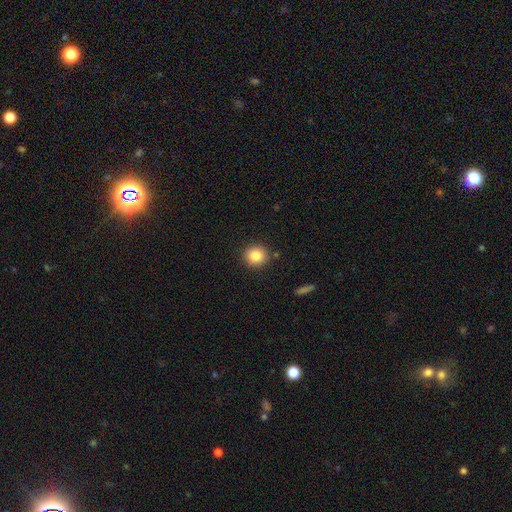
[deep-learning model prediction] Smooth or featured? smooth (84%)
How rounded? round (88%)
Merging? none (89%)